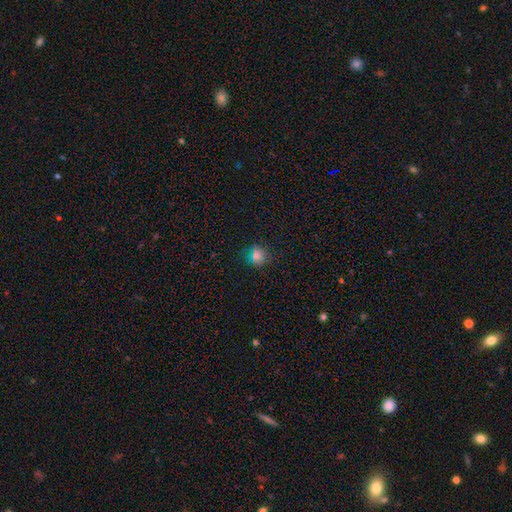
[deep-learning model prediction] This is likely a smooth galaxy (72%). How rounded: clearly round (81%). Merging: clearly none (84%).